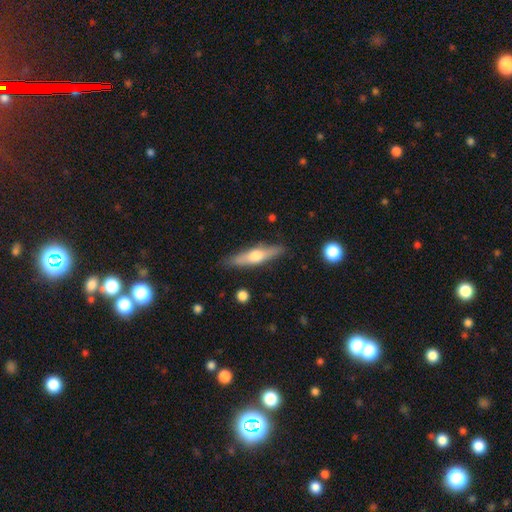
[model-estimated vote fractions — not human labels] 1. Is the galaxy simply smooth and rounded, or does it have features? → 50% featured or disk, 45% smooth, 6% star or artifact.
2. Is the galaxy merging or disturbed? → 85% none, 11% minor disturbance, 2% major disturbance, 2% merger.